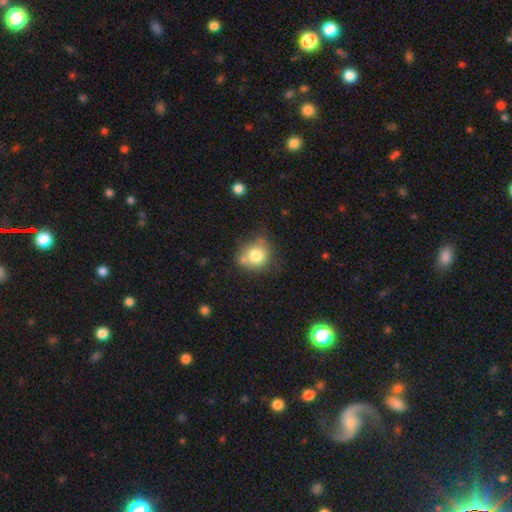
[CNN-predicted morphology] This appears to be a smooth galaxy with no disk features (77%) that is round (81%). Merging: none (59%).